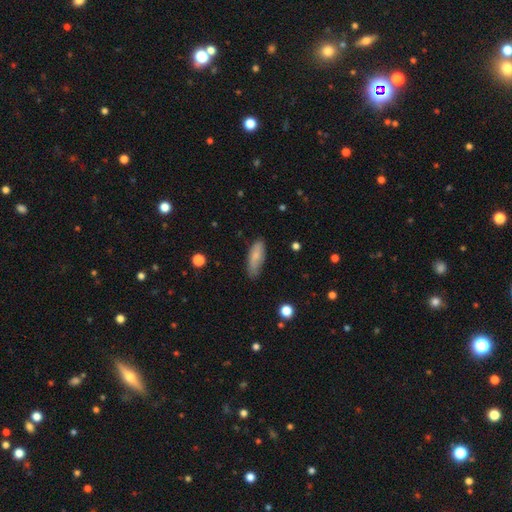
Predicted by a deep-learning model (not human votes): This is likely a smooth galaxy (78%). How rounded: likely in between (65%). Merging: likely none (74%).